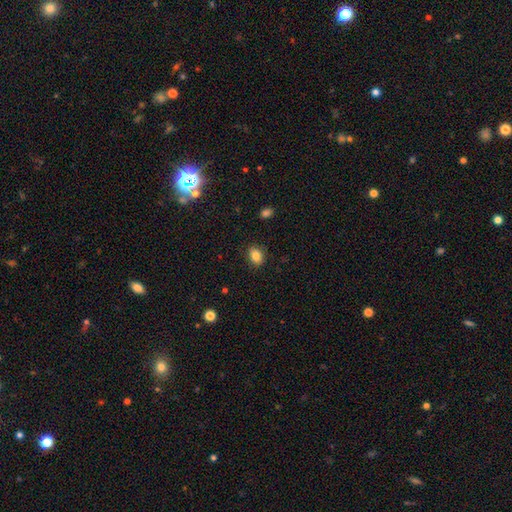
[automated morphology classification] type=smooth (85%); roundness=in between (66%); merging=none (88%).